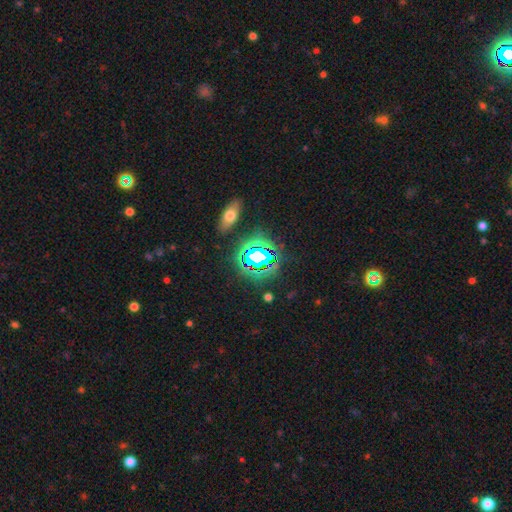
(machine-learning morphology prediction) smooth_or_featured: star or artifact (p=0.68) [alt: smooth p=0.21]